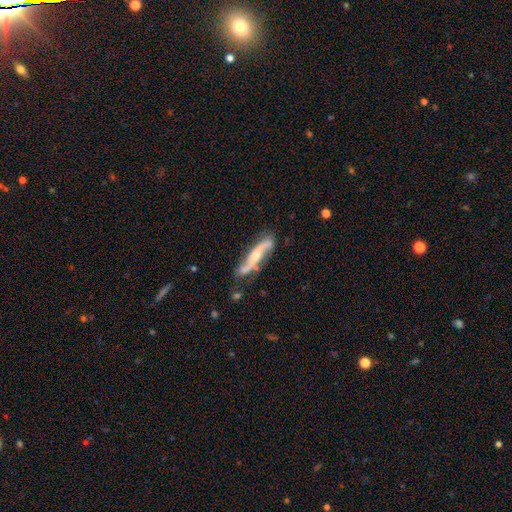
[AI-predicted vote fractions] featured or disk 74%, smooth 20%, star or artifact 6%. Down the decision tree: edge-on disk — no (64%); merging — none (67%).